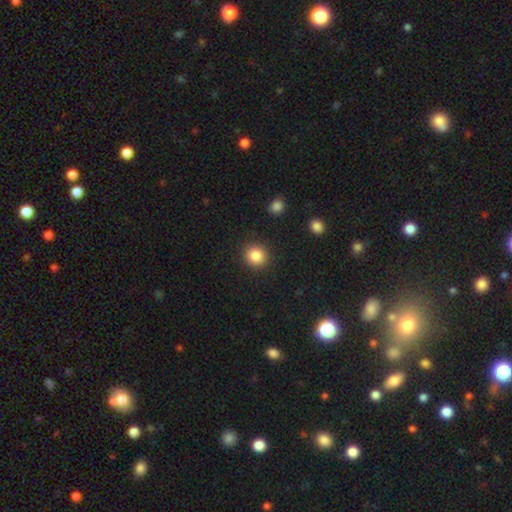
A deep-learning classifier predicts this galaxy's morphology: This appears to be a smooth galaxy with no disk features (86%) that is round (88%). Merging: none (90%).